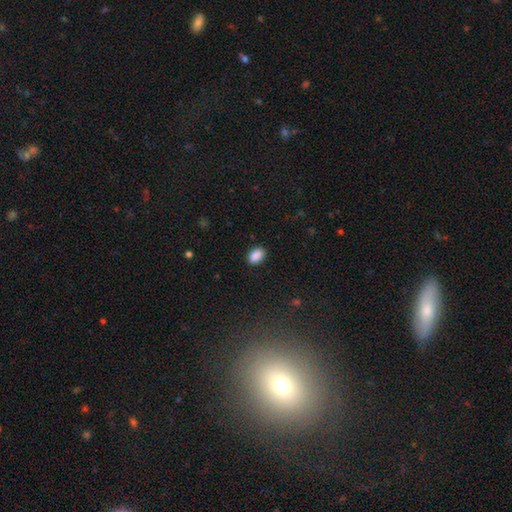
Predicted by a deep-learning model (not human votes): smooth 89%, star or artifact 8%, featured or disk 3%. Down the decision tree: how rounded — in between (87%); merging — none (87%).